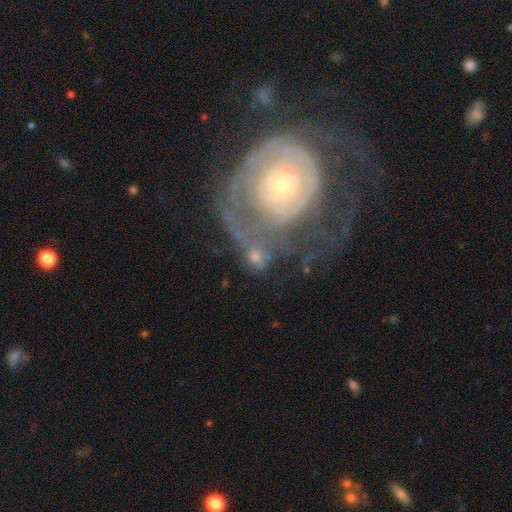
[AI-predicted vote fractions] Smooth or featured: featured or disk — 67% (smooth — 23%)
Edge-on disk: no — 96% (yes — 4%)
Bar: no — 78% (weak — 16%)
Spiral arms: yes — 73% (no — 27%)
Bulge size: small — 62% (moderate — 30%)
Merging: none — 41% (merger — 22%)